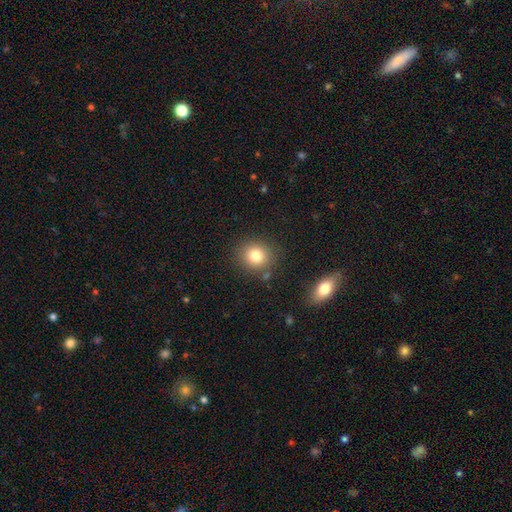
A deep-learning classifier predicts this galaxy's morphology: Overall: smooth (81%). How rounded: round (83%). Merging: none (82%).